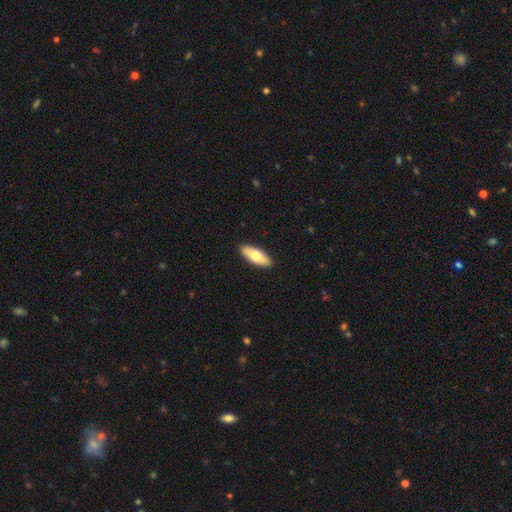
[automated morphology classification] Q: Smooth or featured?
A: smooth (70%); runner-up: featured or disk (25%)
Q: How rounded?
A: in between (76%); runner-up: cigar-shaped (21%)
Q: Merging?
A: none (91%); runner-up: minor disturbance (6%)